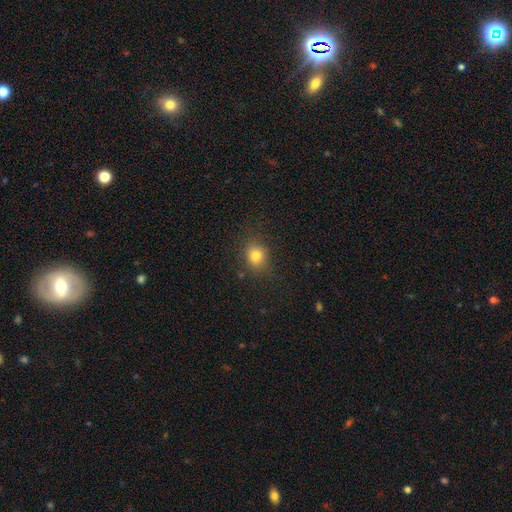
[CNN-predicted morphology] A smooth galaxy with no disk features (79%) that is round (70%).

Vote fractions:
- Smooth or featured? smooth: 79% / star or artifact: 13% / featured or disk: 7%
- How rounded? round: 70% / in between: 29% / cigar-shaped: 1%
- Merging? none: 82% / minor disturbance: 12% / major disturbance: 4% / merger: 1%